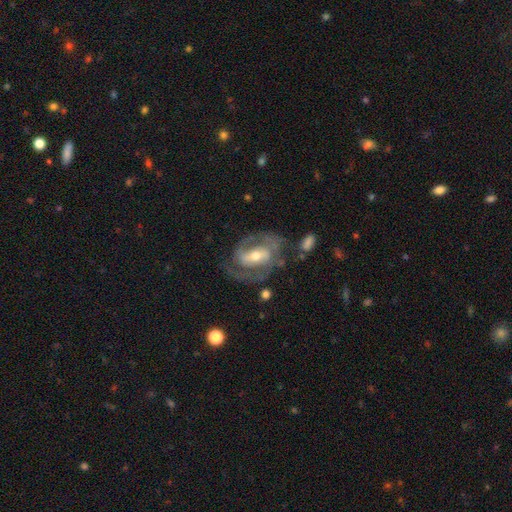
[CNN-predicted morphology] featured or disk 85%, smooth 10%, star or artifact 5%. Down the decision tree: edge-on disk — no (96%); bar — strong (40%); spiral arms — yes (90%); spiral arm count — 2 (80%); spiral winding — medium (50%); bulge size — moderate (61%); merging — none (63%).